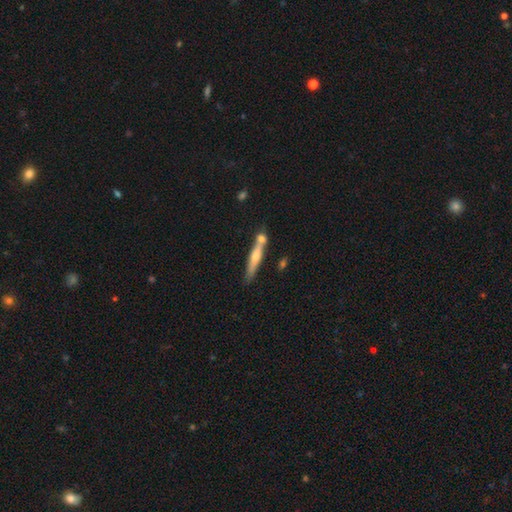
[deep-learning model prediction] A featured or disk galaxy (51%) viewed edge-on (93%).

Vote fractions:
- Smooth or featured? featured or disk: 51% / smooth: 42% / star or artifact: 6%
- Edge-on disk? yes: 93% / no: 7%
- Merging? none: 66% / merger: 20% / minor disturbance: 12% / major disturbance: 3%